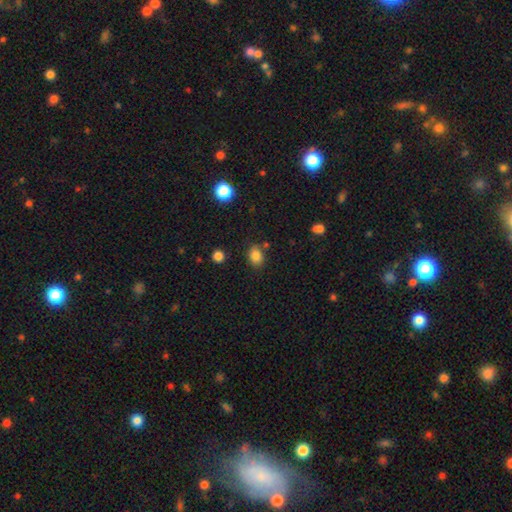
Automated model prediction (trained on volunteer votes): smooth_or_featured: smooth (p=0.84) [alt: star or artifact p=0.11]
how_rounded: in between (p=0.65) [alt: round p=0.34]
merging: none (p=0.78) [alt: minor disturbance p=0.13]